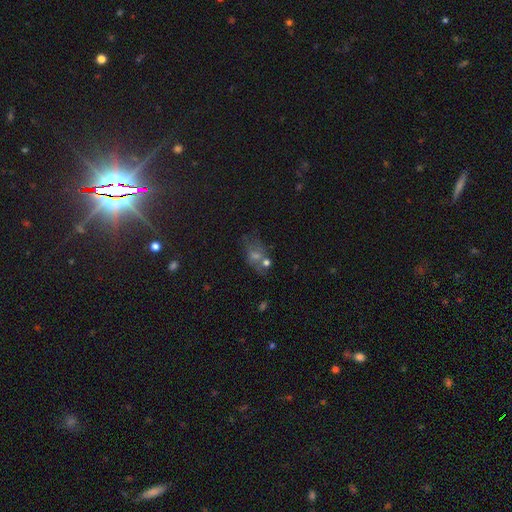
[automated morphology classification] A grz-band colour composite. It shows a star or artifact, not a galaxy (37%).